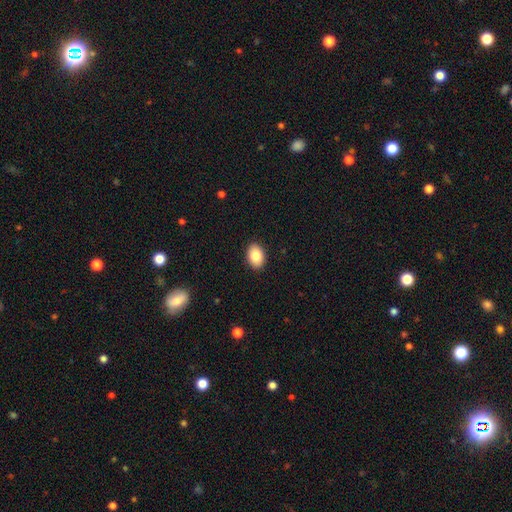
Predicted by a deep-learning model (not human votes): A smooth galaxy with no disk features (85%) that is in between round and cigar-shaped (84%).

Vote fractions:
- Smooth or featured? smooth: 85% / star or artifact: 7% / featured or disk: 7%
- How rounded? in between: 84% / round: 15% / cigar-shaped: 1%
- Merging? none: 91% / minor disturbance: 7% / major disturbance: 2% / merger: 1%